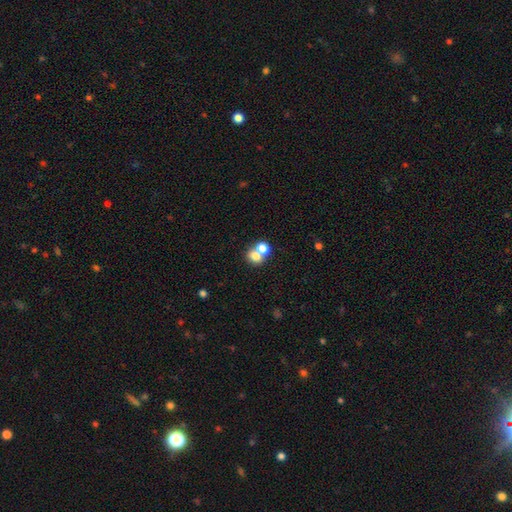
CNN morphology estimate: This is likely a smooth galaxy (73%). How rounded: possibly round (59%). Merging: possibly merger (57%).